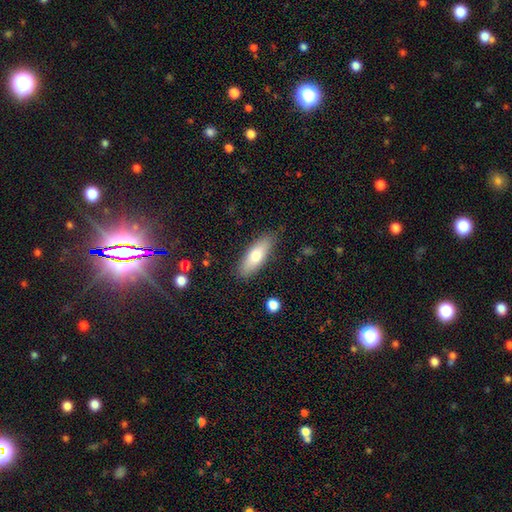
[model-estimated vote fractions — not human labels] smooth_or_featured: smooth (p=0.72) [alt: featured or disk p=0.22]
how_rounded: in between (p=0.58) [alt: cigar-shaped p=0.40]
merging: none (p=0.85) [alt: minor disturbance p=0.11]